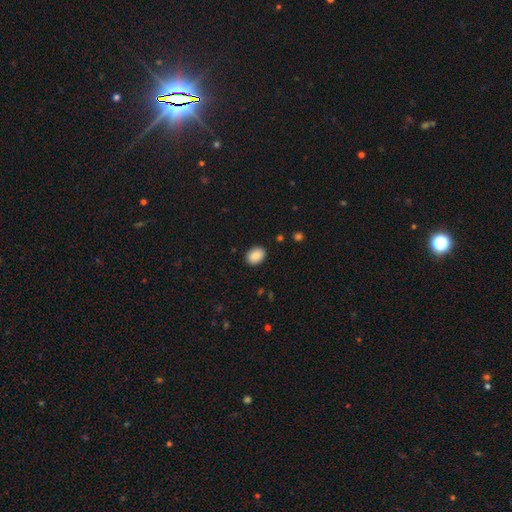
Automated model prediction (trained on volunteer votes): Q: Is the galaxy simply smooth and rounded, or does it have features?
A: smooth — 88%.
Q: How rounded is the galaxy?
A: in between — 69%.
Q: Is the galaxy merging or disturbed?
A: none — 89%.